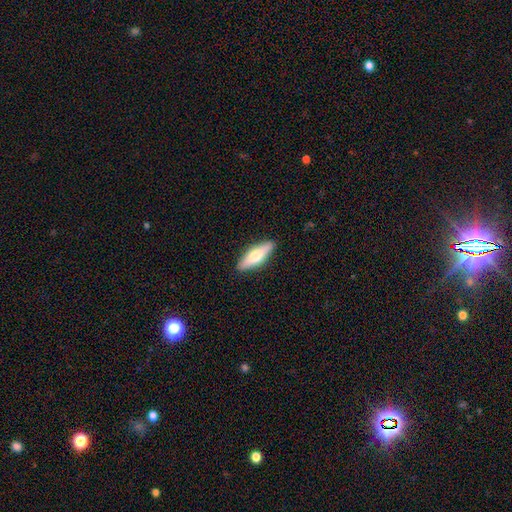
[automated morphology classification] The model was most divided on "how rounded": cigar-shaped: 49%, in between: 48%, round: 2%. More confident: merging — none (88%); smooth or featured — smooth (62%).